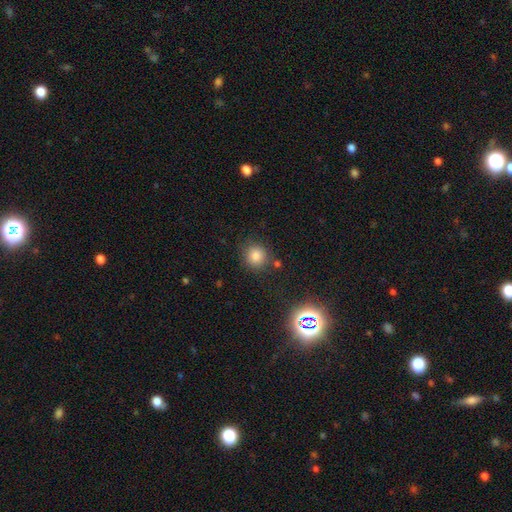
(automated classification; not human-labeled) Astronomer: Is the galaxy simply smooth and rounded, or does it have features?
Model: smooth — 81%.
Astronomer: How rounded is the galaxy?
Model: round — 87%.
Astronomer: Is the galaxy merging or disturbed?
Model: none — 79%.